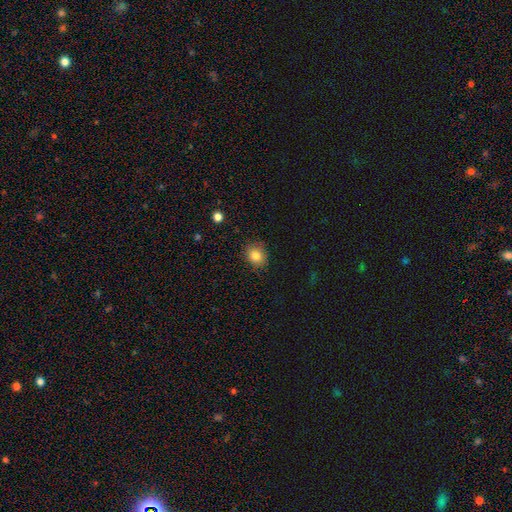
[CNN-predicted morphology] type=smooth (82%); roundness=round (69%); merging=none (84%).